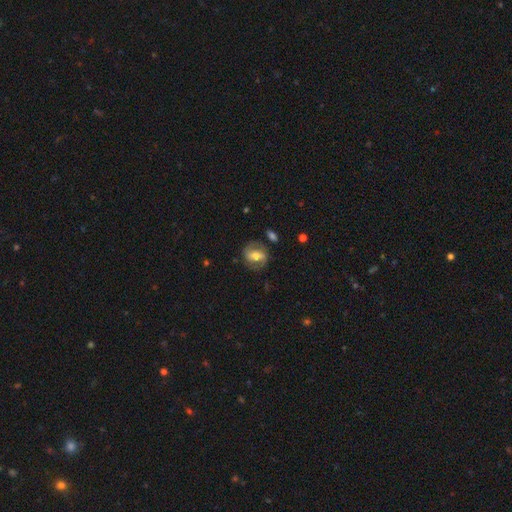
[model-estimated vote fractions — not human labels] smooth_or_featured: featured or disk (p=0.56) [alt: smooth p=0.37]
disk_edge_on: no (p=0.94) [alt: yes p=0.06]
bar: strong (p=0.39) [alt: weak p=0.34]
has_spiral_arms: yes (p=0.70) [alt: no p=0.30]
bulge_size: moderate (p=0.63) [alt: small p=0.22]
merging: none (p=0.73) [alt: minor disturbance p=0.16]